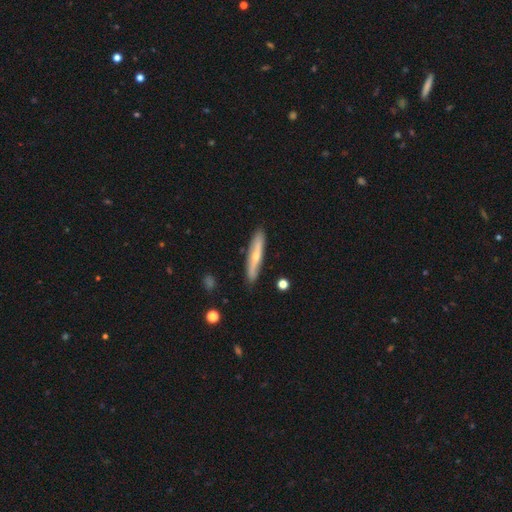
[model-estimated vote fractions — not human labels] A featured or disk galaxy (53%) viewed edge-on (82%). Merging: none (87%).